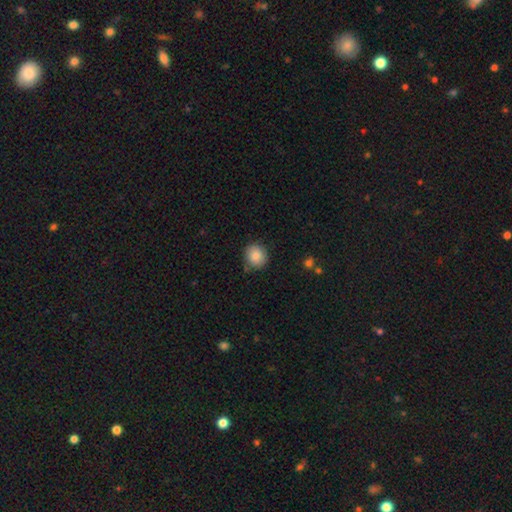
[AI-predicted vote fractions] smooth_or_featured: smooth (p=0.86) [alt: star or artifact p=0.08]
how_rounded: round (p=0.87) [alt: in between p=0.12]
merging: none (p=0.84) [alt: minor disturbance p=0.11]